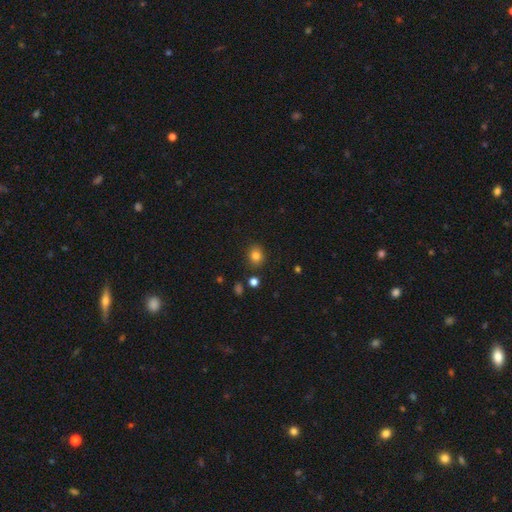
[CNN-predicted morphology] This is clearly a smooth galaxy (81%). How rounded: likely round (67%). Merging: clearly none (86%).